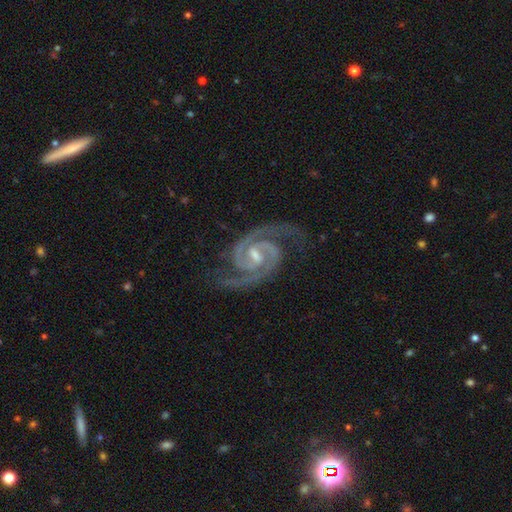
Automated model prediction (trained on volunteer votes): A featured or disk galaxy (95%) with a weak bar (52%), 2 (93%) medium (50%) spiral arms (99%) and a moderate central bulge (46%).

Vote fractions:
- Smooth or featured? featured or disk: 95% / star or artifact: 3% / smooth: 2%
- Edge-on disk? no: 98% / yes: 2%
- Bar? weak: 52% / no: 26% / strong: 22%
- Spiral arms? yes: 99% / no: 1%
- Spiral winding? medium: 50% / tight: 44% / loose: 6%
- Spiral arm count? 2: 93% / 3: 3% / can't tell: 1% / 4: 1% / 1: 1% / more than 4: 1%
- Bulge size? moderate: 46% / small: 45% / none: 5% / large: 2% / dominant: 1%
- Merging? none: 79% / minor disturbance: 15% / major disturbance: 5% / merger: 1%